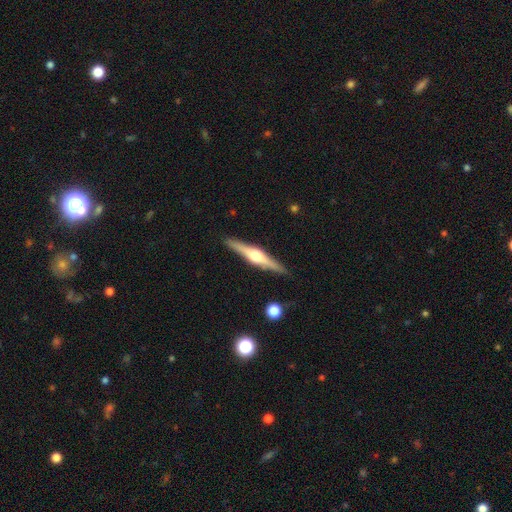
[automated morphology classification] Smooth or featured? Predicted: featured or disk (p=0.77). Edge-on disk? Predicted: yes (p=0.98). Edge-on bulge? Predicted: rounded (p=0.93). Merging? Predicted: none (p=0.90).